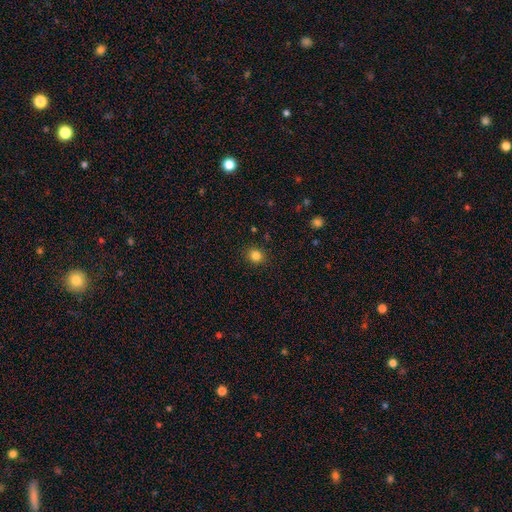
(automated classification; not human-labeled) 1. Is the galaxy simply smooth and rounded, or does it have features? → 83% smooth, 13% star or artifact, 5% featured or disk.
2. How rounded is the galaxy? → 82% round, 17% in between, 1% cigar-shaped.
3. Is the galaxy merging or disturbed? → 90% none, 6% minor disturbance, 2% major disturbance, 1% merger.